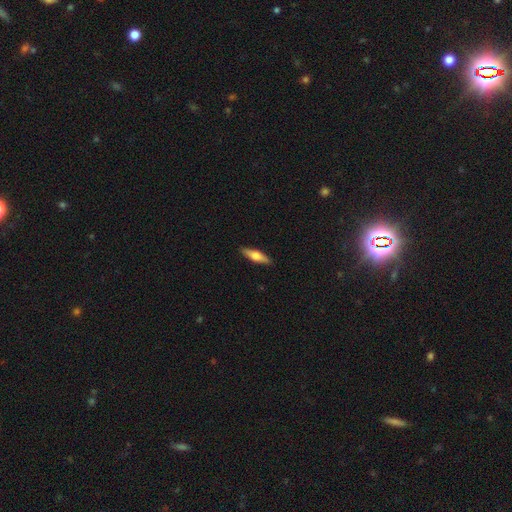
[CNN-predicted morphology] type=smooth (51%); roundness=cigar-shaped (64%); merging=none (90%).